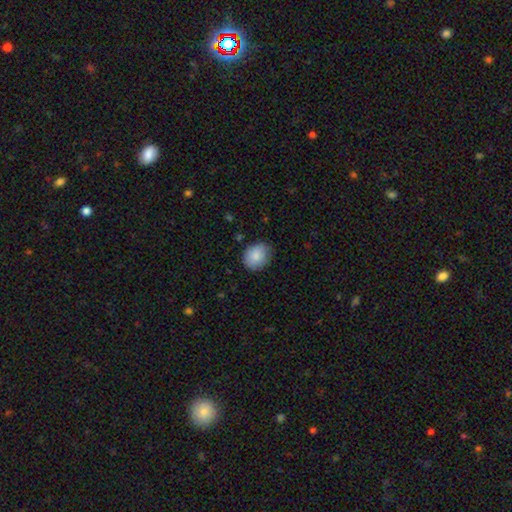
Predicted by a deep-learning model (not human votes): Smooth or featured? Predicted: smooth (p=0.87). How rounded? Predicted: round (p=0.54). Merging? Predicted: none (p=0.78).